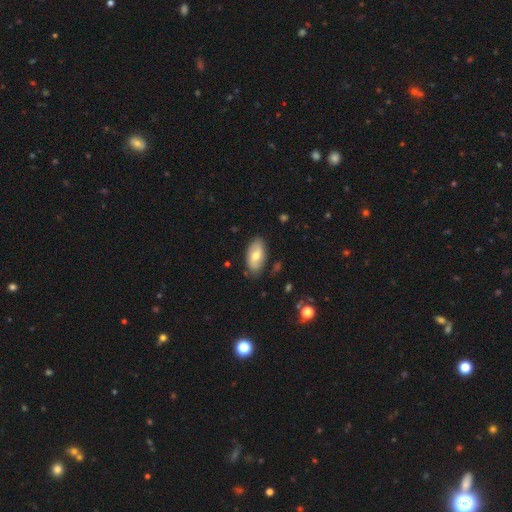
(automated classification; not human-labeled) This is likely a smooth galaxy (63%). How rounded: clearly in between (93%). Merging: likely none (80%).